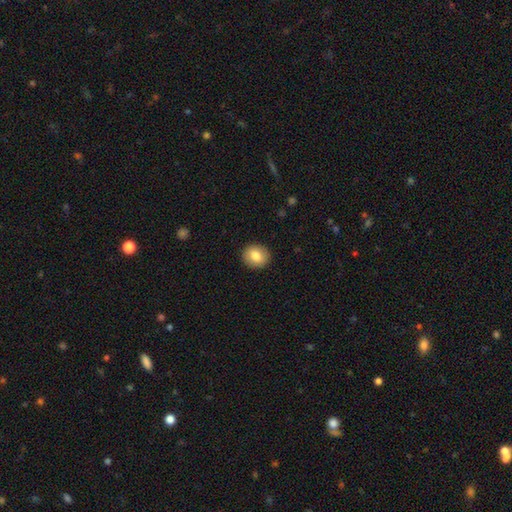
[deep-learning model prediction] This appears to be a smooth galaxy with no disk features (81%) that is round (80%). Merging: none (91%).